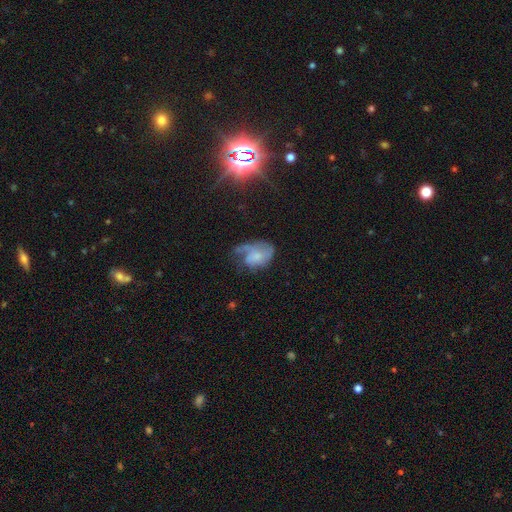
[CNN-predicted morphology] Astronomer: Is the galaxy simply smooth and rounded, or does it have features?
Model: featured or disk — 51% (runner-up: smooth, 39%).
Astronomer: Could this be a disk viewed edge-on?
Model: no — 97%.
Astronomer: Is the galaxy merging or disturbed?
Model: major disturbance — 40% (runner-up: none, 28%).